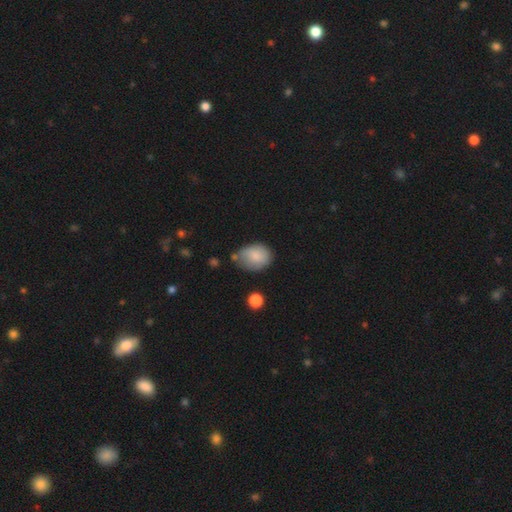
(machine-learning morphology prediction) smooth_or_featured: smooth (p=0.82) [alt: featured or disk p=0.11]
how_rounded: in between (p=0.68) [alt: round p=0.30]
merging: none (p=0.54) [alt: minor disturbance p=0.32]